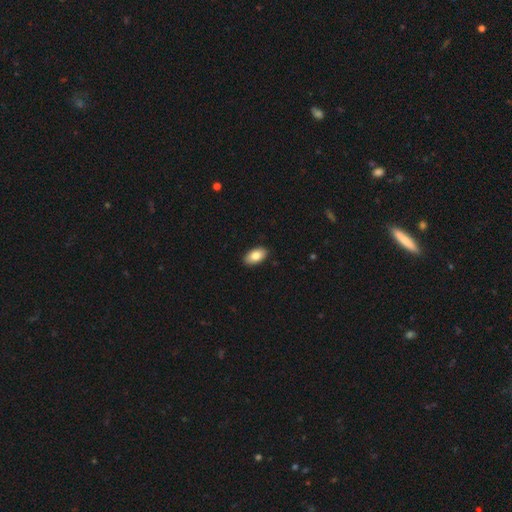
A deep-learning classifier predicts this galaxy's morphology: Overall: smooth (83%). How rounded: in between (94%). Merging: none (90%).